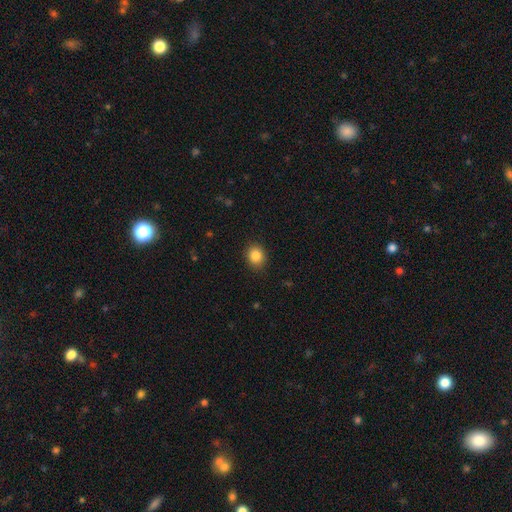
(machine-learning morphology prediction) smooth-or-featured: smooth: 85% | star or artifact: 10% | featured or disk: 5%
  how-rounded: round: 66% | in between: 33% | cigar-shaped: 1%
  merging: none: 90% | minor disturbance: 7% | major disturbance: 2% | merger: 1%